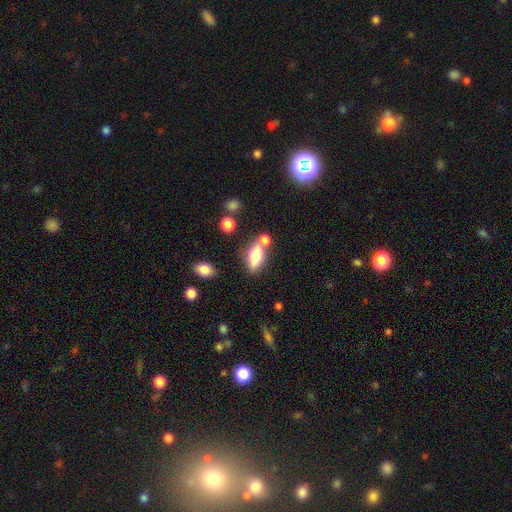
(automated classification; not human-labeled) A smooth galaxy with no disk features (70%) that is in between round and cigar-shaped (78%). Merging: none (52%).